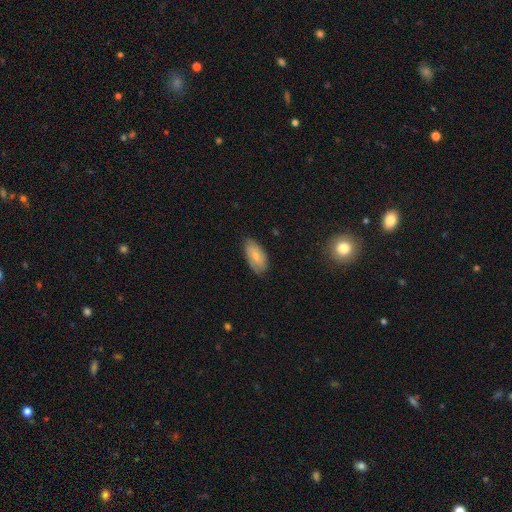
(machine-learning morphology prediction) Q: Smooth or featured?
A: smooth (68%); runner-up: featured or disk (26%)
Q: How rounded?
A: in between (93%); runner-up: cigar-shaped (5%)
Q: Merging?
A: none (75%); runner-up: minor disturbance (20%)